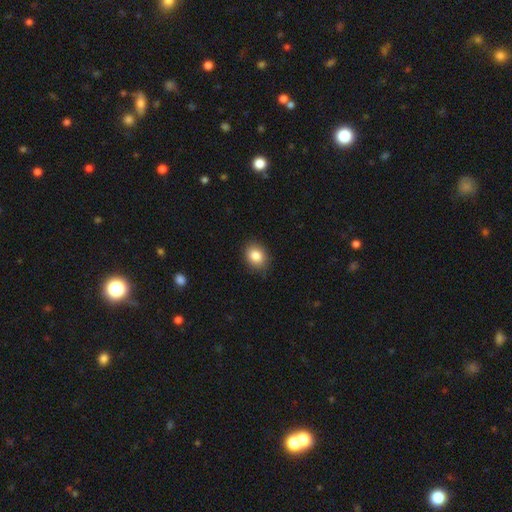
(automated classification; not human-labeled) Smooth or featured? smooth (85%)
How rounded? in between (50%)
Merging? none (86%)